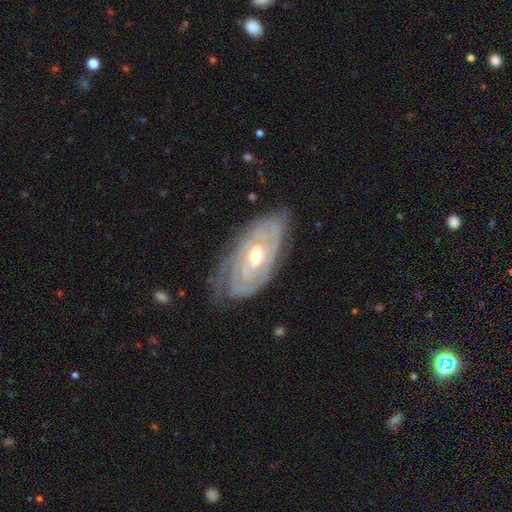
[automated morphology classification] This appears to be a featured or disk galaxy (87%) with no bar (55%), tight (81%) spiral arms (95%) and a moderate central bulge (54%). Merging: none (72%).